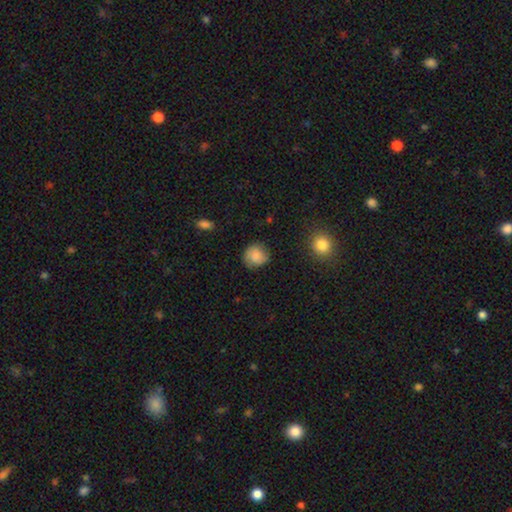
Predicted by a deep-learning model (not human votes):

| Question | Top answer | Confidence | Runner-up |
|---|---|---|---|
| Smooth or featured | smooth | 67% | featured or disk (24%) |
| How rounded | round | 84% | in between (15%) |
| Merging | none | 74% | minor disturbance (18%) |